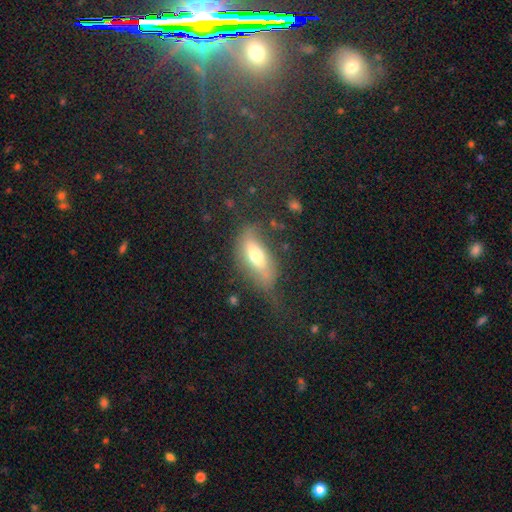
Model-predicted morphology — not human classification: smooth-or-featured: smooth: 58% | featured or disk: 34% | star or artifact: 8%
  how-rounded: in between: 78% | cigar-shaped: 18% | round: 4%
  merging: none: 41% | minor disturbance: 29% | major disturbance: 26% | merger: 4%